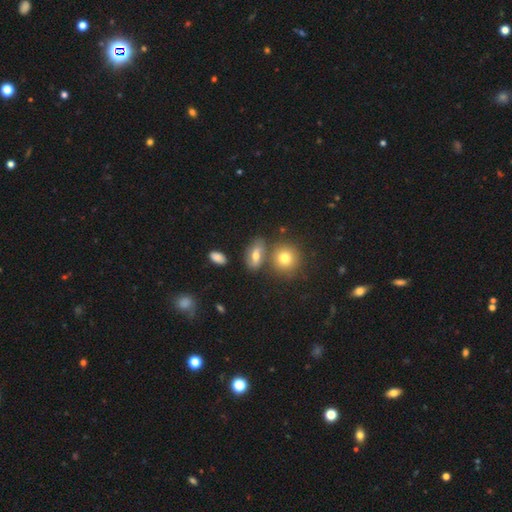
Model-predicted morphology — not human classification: Q: Smooth or featured?
A: smooth (58%); runner-up: featured or disk (30%)
Q: How rounded?
A: in between (75%); runner-up: round (17%)
Q: Merging?
A: none (64%); runner-up: merger (15%)